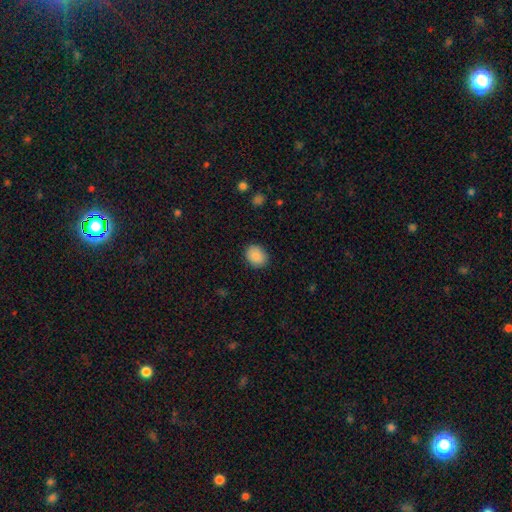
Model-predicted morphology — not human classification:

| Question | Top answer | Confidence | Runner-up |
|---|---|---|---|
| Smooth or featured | smooth | 89% | star or artifact (8%) |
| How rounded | round | 53% | in between (46%) |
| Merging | none | 87% | minor disturbance (9%) |